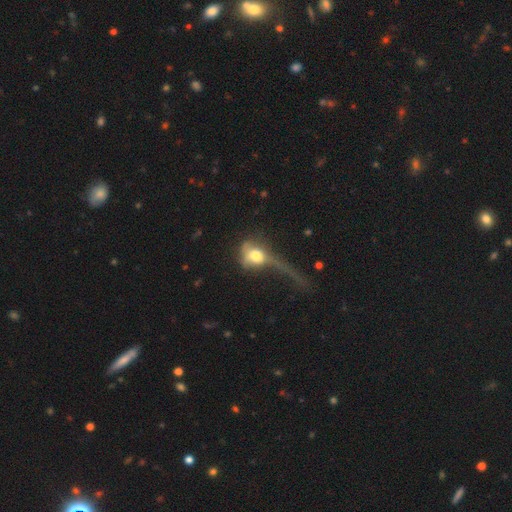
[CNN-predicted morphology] A smooth galaxy with no disk features (57%) that is in between round and cigar-shaped (48%). Merging: major disturbance (62%).